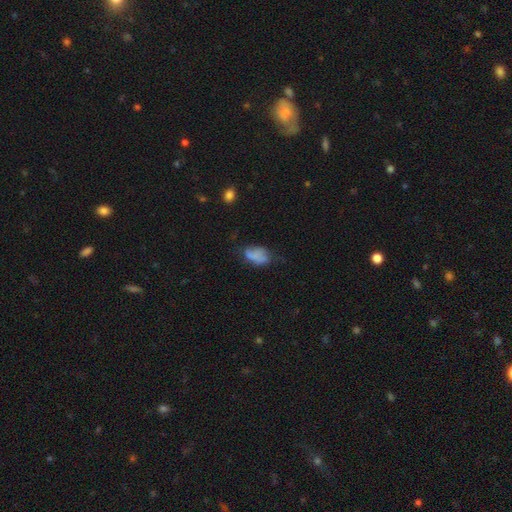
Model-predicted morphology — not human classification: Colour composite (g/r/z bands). It shows a smooth galaxy with no disk features (68%) that is in between round and cigar-shaped (90%). Merging: none (37%).